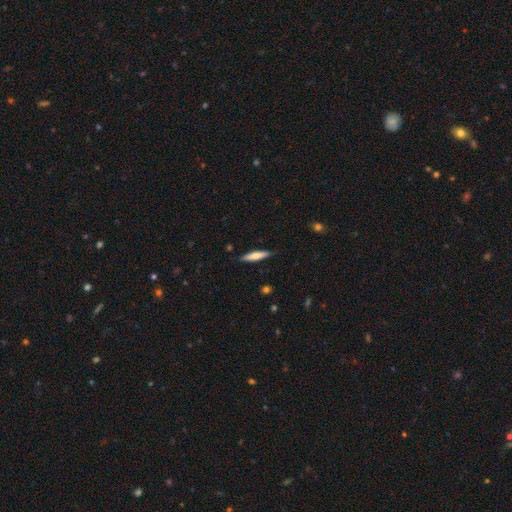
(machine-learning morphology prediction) smooth_or_featured: smooth (p=0.63) [alt: featured or disk p=0.31]
how_rounded: cigar-shaped (p=0.86) [alt: in between p=0.12]
merging: none (p=0.87) [alt: minor disturbance p=0.10]